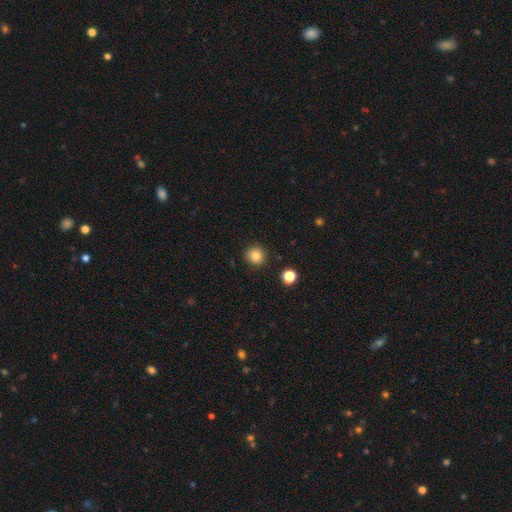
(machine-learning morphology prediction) smooth_or_featured: smooth (p=0.83) [alt: star or artifact p=0.12]
how_rounded: round (p=0.94) [alt: in between p=0.05]
merging: none (p=0.90) [alt: minor disturbance p=0.06]